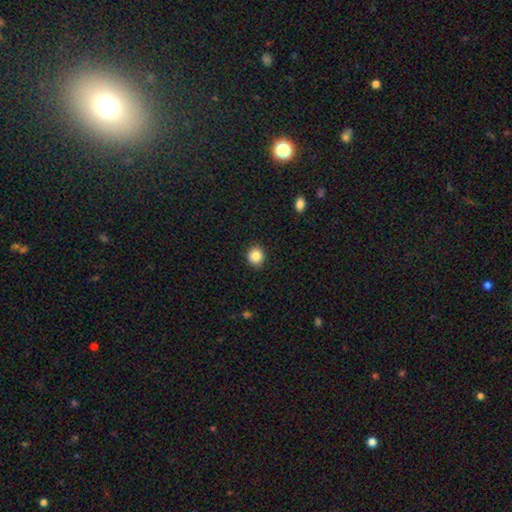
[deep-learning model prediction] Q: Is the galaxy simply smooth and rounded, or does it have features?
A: smooth — 86%.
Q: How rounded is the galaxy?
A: round — 87%.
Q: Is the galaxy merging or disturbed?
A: none — 90%.